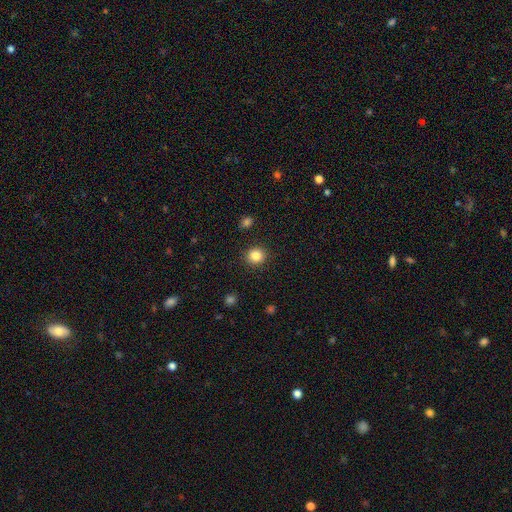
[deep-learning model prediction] Smooth or featured? smooth (85%)
How rounded? round (87%)
Merging? none (91%)